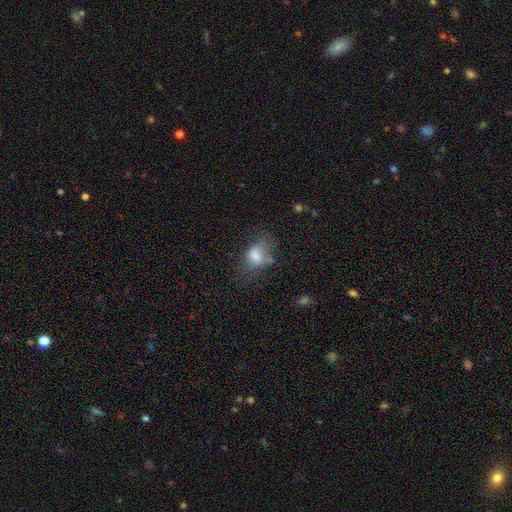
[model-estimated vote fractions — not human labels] smooth-or-featured: smooth: 70% | featured or disk: 18% | star or artifact: 11%
  how-rounded: in between: 70% | round: 29% | cigar-shaped: 1%
  merging: none: 35% | major disturbance: 31% | minor disturbance: 28% | merger: 6%